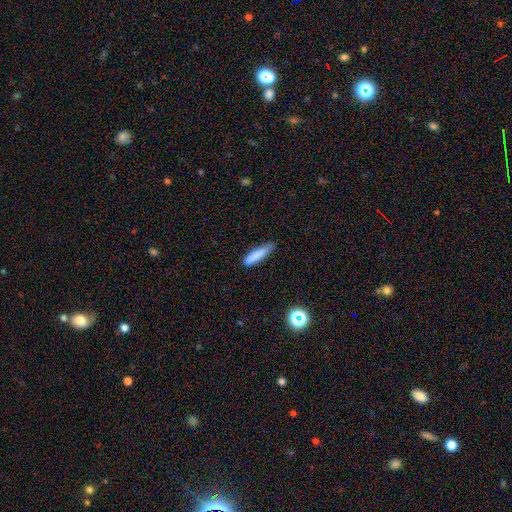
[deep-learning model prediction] A smooth galaxy with no disk features (83%) that is cigar-shaped (81%).

Vote fractions:
- Smooth or featured? smooth: 83% / featured or disk: 9% / star or artifact: 8%
- How rounded? cigar-shaped: 81% / in between: 18% / round: 1%
- Merging? none: 75% / minor disturbance: 20% / major disturbance: 4% / merger: 2%